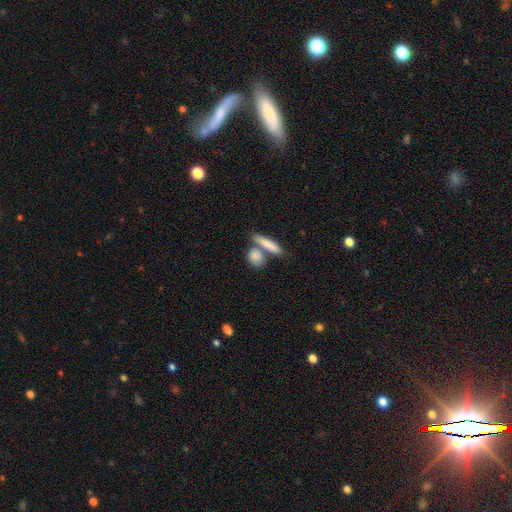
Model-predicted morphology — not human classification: A smooth galaxy with no disk features (83%) that is in between round and cigar-shaped (49%).

Vote fractions:
- Smooth or featured? smooth: 83% / featured or disk: 11% / star or artifact: 6%
- How rounded? in between: 49% / cigar-shaped: 26% / round: 25%
- Merging? none: 54% / merger: 31% / minor disturbance: 11% / major disturbance: 4%